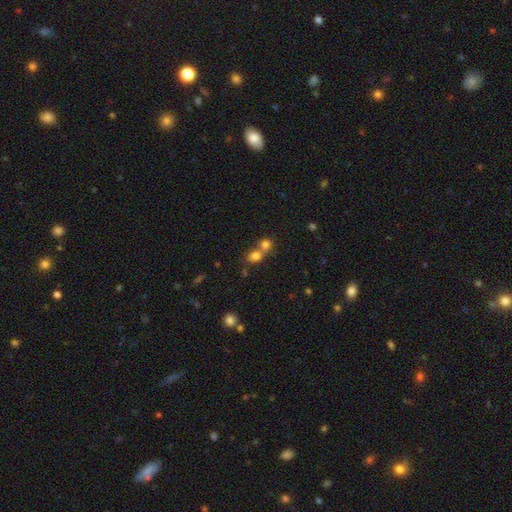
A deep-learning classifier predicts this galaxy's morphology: A smooth galaxy with no disk features (76%) that is round (59%). Merging: merger (61%).